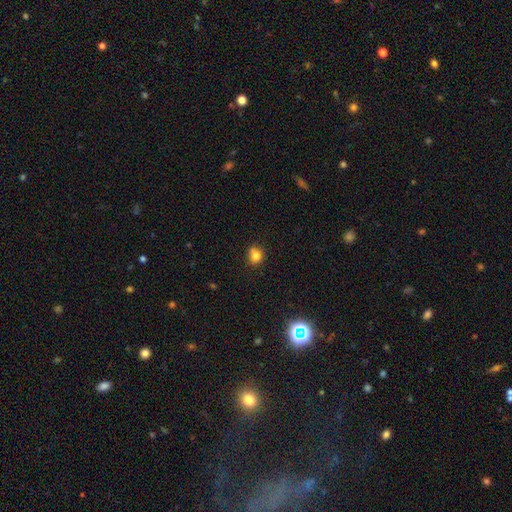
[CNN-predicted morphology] Smooth or featured? smooth (78%)
How rounded? round (72%)
Merging? none (61%)